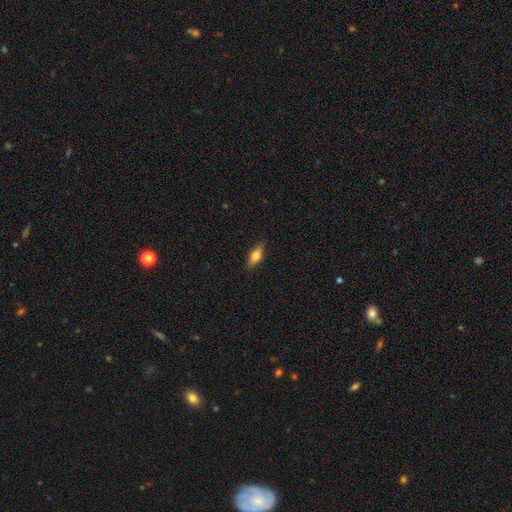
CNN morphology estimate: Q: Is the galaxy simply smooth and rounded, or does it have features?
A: smooth — 70%.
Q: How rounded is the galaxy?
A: in between — 76%.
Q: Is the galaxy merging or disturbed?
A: none — 86%.